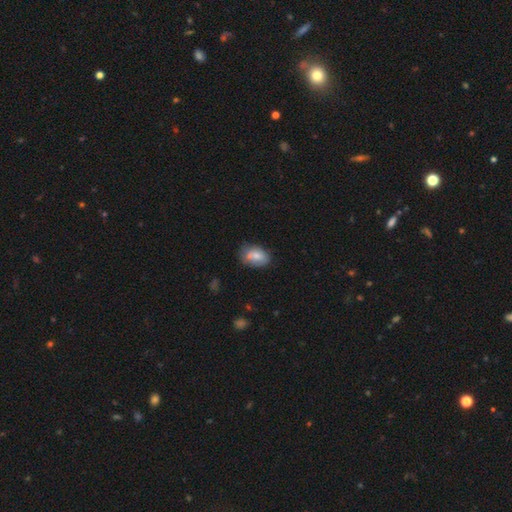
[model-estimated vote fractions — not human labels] Smooth or featured: smooth — 77% (featured or disk — 15%)
How rounded: in between — 83% (round — 15%)
Merging: none — 60% (minor disturbance — 27%)